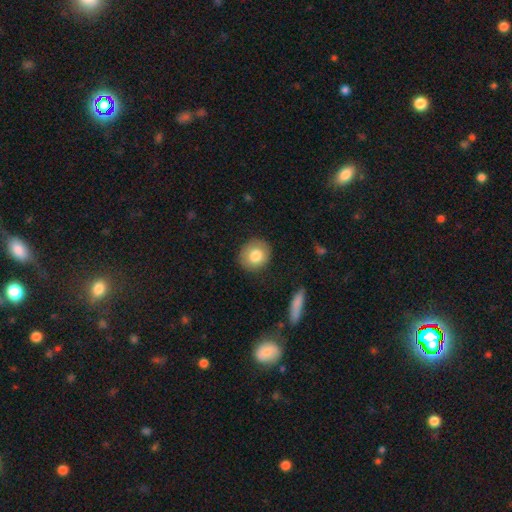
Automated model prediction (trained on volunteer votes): Q: Smooth or featured?
A: smooth (80%); runner-up: featured or disk (12%)
Q: How rounded?
A: round (83%); runner-up: in between (16%)
Q: Merging?
A: none (86%); runner-up: minor disturbance (10%)